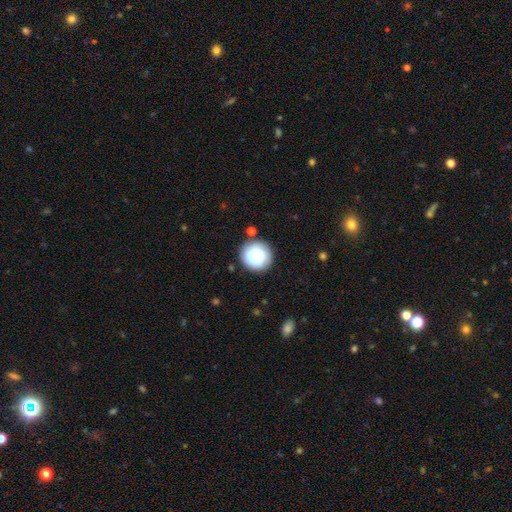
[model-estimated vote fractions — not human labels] Q: Smooth or featured?
A: smooth (82%); runner-up: featured or disk (10%)
Q: How rounded?
A: round (93%); runner-up: in between (6%)
Q: Merging?
A: none (80%); runner-up: minor disturbance (12%)